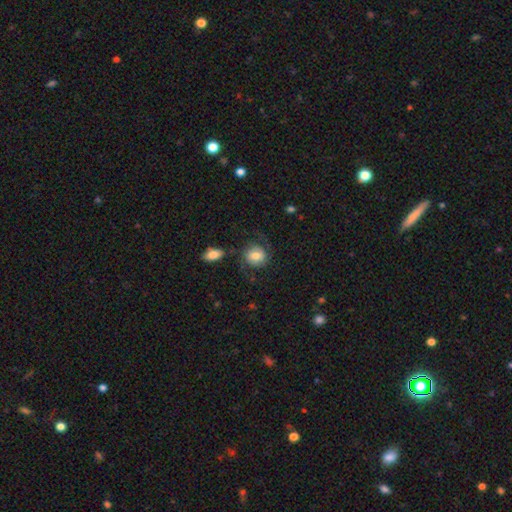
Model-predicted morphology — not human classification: smooth-or-featured: smooth: 62% | featured or disk: 30% | star or artifact: 8%
  how-rounded: round: 73% | in between: 26% | cigar-shaped: 1%
  merging: none: 66% | minor disturbance: 17% | major disturbance: 12% | merger: 4%